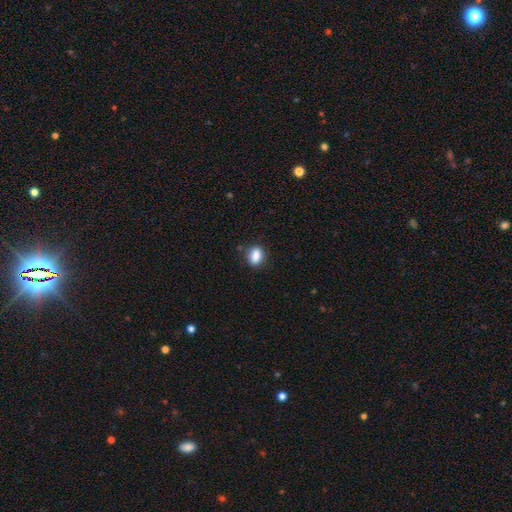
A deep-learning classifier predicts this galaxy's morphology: type=smooth (87%); roundness=in between (73%); merging=none (81%).